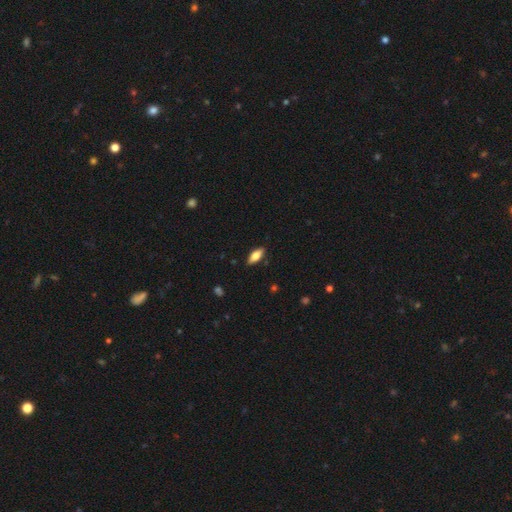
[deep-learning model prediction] Q: Smooth or featured?
A: smooth (74%); runner-up: featured or disk (20%)
Q: How rounded?
A: in between (78%); runner-up: cigar-shaped (20%)
Q: Merging?
A: none (88%); runner-up: minor disturbance (10%)